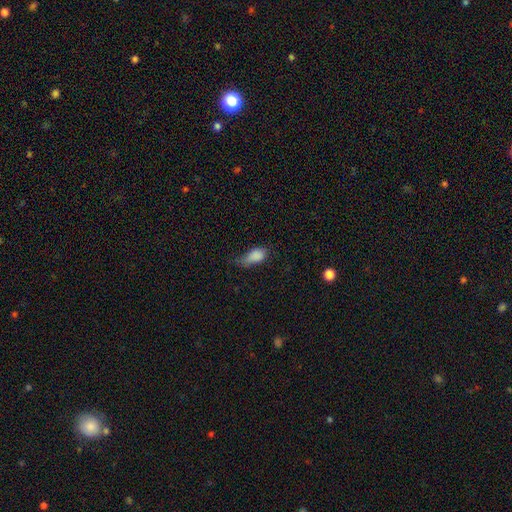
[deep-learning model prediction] This appears to be a smooth galaxy with no disk features (84%) that is in between round and cigar-shaped (88%). Merging: minor disturbance (42%).